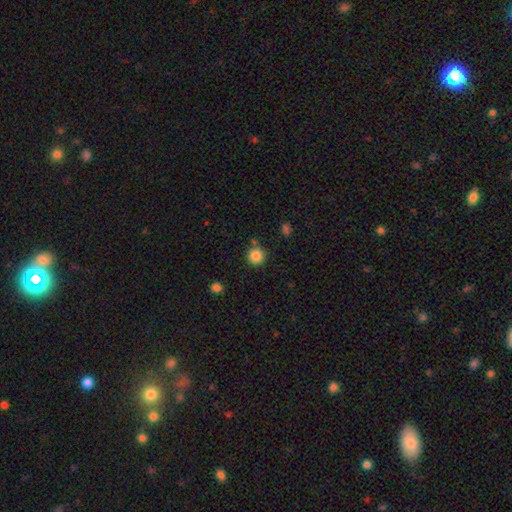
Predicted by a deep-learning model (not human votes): Smooth or featured?
  - smooth: 85% *
  - star or artifact: 10%
  - featured or disk: 5%
How rounded?
  - round: 94% *
  - in between: 5%
  - cigar-shaped: 1%
Merging?
  - none: 80% *
  - minor disturbance: 10%
  - merger: 7%
  - major disturbance: 3%